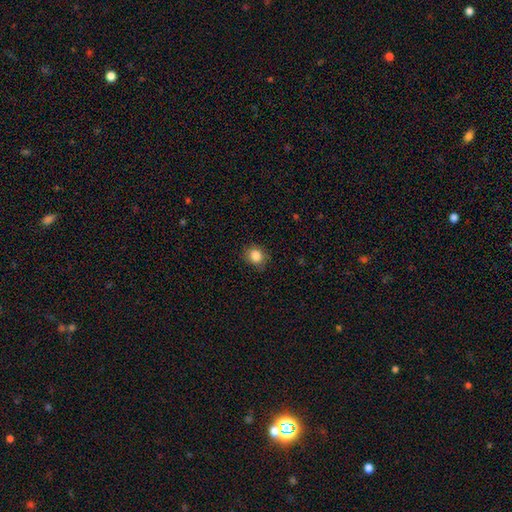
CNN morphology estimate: Smooth or featured? smooth (85%)
How rounded? round (68%)
Merging? none (81%)